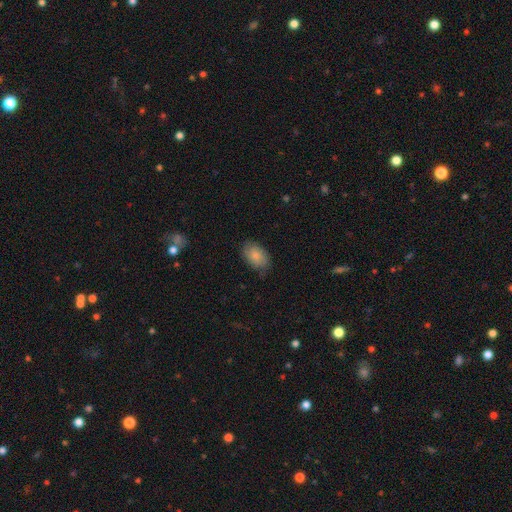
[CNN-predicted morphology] Smooth or featured? Predicted: smooth (p=0.83). How rounded? Predicted: in between (p=0.87). Merging? Predicted: none (p=0.76).